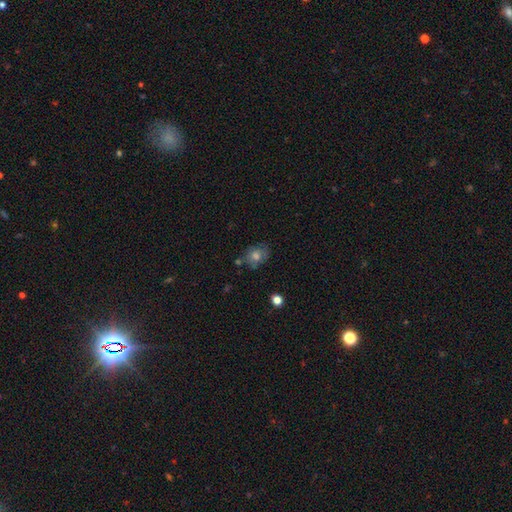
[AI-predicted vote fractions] The model was most divided on "how rounded": in between: 50%, round: 48%, cigar-shaped: 1%. More confident: merging — none (68%); smooth or featured — smooth (63%).